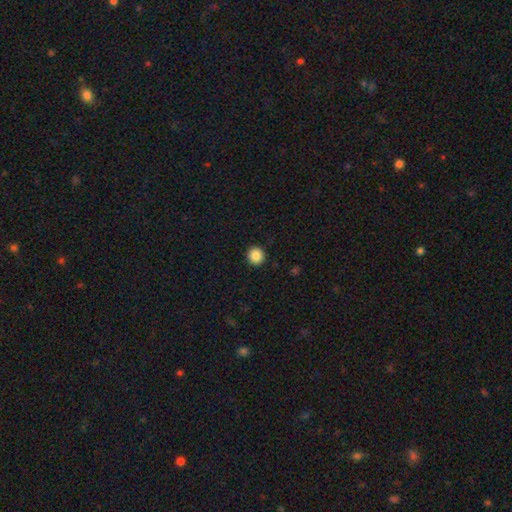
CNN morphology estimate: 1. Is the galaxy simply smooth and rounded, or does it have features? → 87% smooth, 9% star or artifact, 4% featured or disk.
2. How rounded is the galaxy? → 93% round, 6% in between, 1% cigar-shaped.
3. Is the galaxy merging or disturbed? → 93% none, 4% minor disturbance, 2% major disturbance, 1% merger.